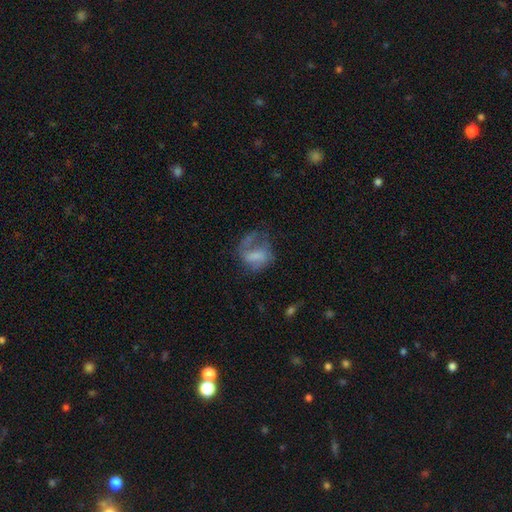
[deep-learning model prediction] Morphology: type=featured or disk (47%); merging=major disturbance (39%).